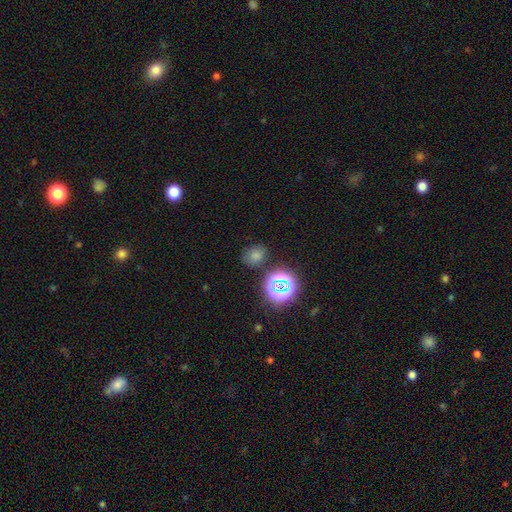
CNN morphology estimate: A smooth galaxy with no disk features (69%) that is in between round and cigar-shaped (53%). Merging: none (76%).